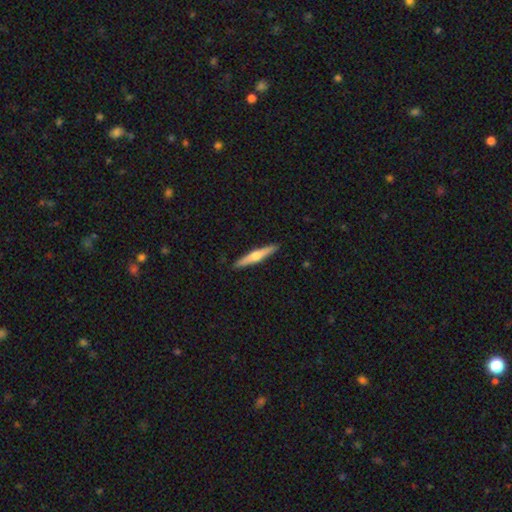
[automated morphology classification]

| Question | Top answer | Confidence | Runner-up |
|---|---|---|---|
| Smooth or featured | featured or disk | 56% | smooth (39%) |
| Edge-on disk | yes | 97% | no (3%) |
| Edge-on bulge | rounded | 88% | none (7%) |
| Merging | none | 91% | minor disturbance (6%) |